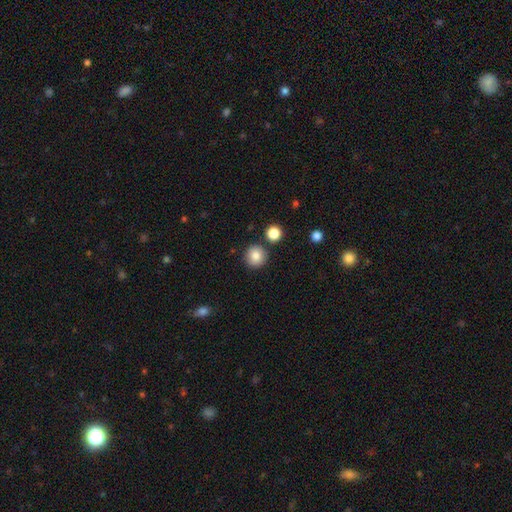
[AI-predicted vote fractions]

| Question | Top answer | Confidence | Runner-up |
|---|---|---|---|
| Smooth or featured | smooth | 85% | star or artifact (9%) |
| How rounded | round | 94% | in between (5%) |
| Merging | none | 88% | minor disturbance (6%) |